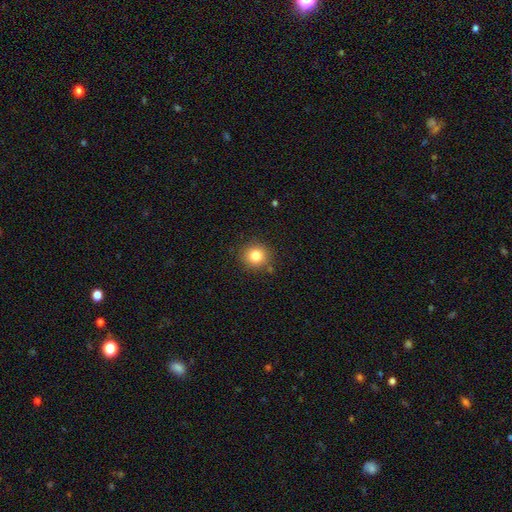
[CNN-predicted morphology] Smooth or featured? smooth (82%)
How rounded? round (91%)
Merging? none (86%)